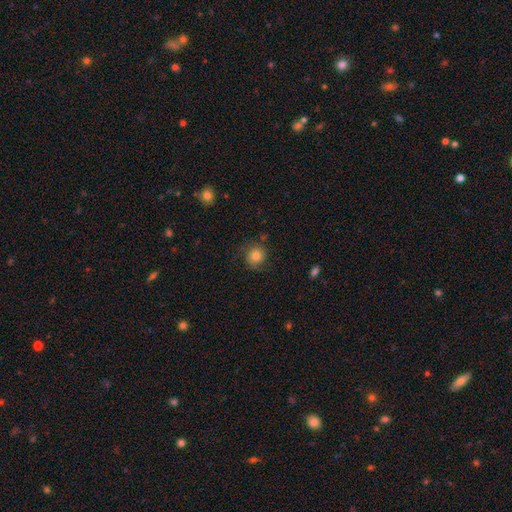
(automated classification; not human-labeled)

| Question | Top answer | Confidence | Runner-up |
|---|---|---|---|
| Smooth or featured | smooth | 74% | featured or disk (15%) |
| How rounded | round | 89% | in between (11%) |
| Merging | none | 73% | minor disturbance (18%) |